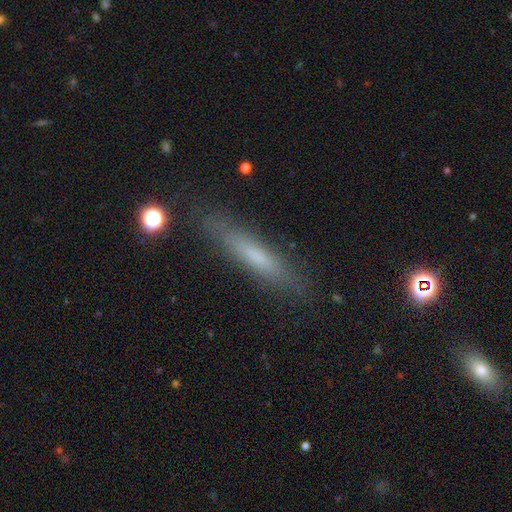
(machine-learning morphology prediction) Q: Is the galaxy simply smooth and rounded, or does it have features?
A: smooth — 58%.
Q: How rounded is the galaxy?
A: cigar-shaped — 89%.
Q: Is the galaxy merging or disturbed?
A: none — 84%.